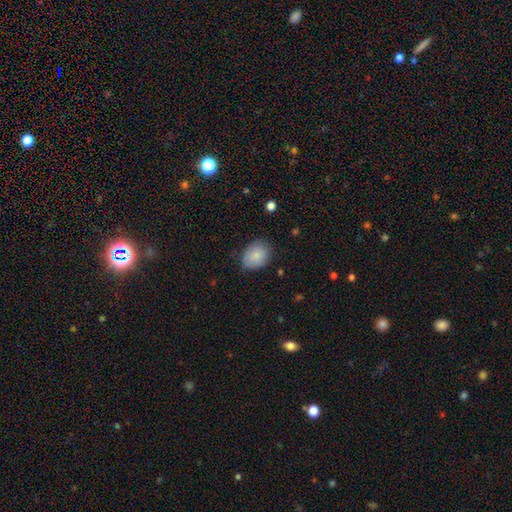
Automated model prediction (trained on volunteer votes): Smooth or featured: smooth — 85% (featured or disk — 8%)
How rounded: in between — 69% (round — 30%)
Merging: none — 71% (minor disturbance — 23%)